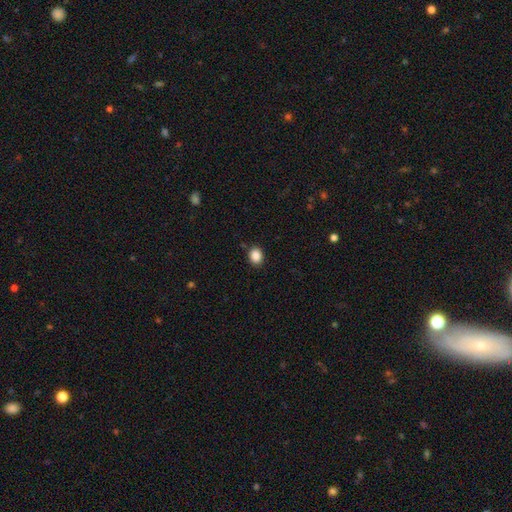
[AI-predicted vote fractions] This appears to be a smooth galaxy with no disk features (88%) that is round (53%). Merging: none (87%).